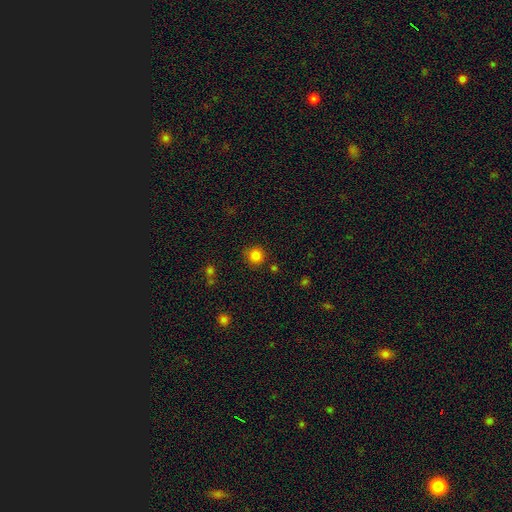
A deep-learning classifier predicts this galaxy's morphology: Smooth or featured? Predicted: smooth (p=0.84). How rounded? Predicted: round (p=0.93). Merging? Predicted: none (p=0.82).